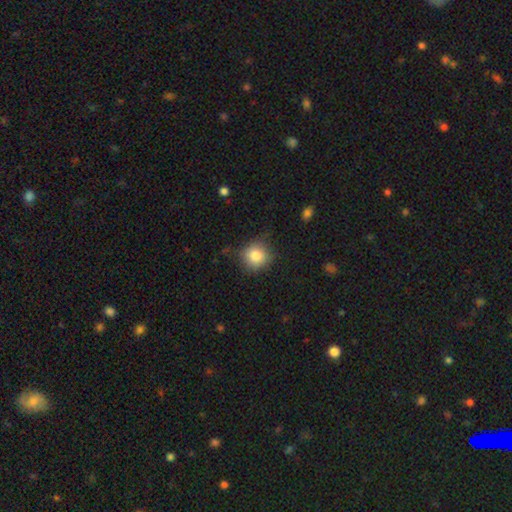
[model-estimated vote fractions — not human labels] Smooth or featured? smooth (83%)
How rounded? round (87%)
Merging? none (76%)